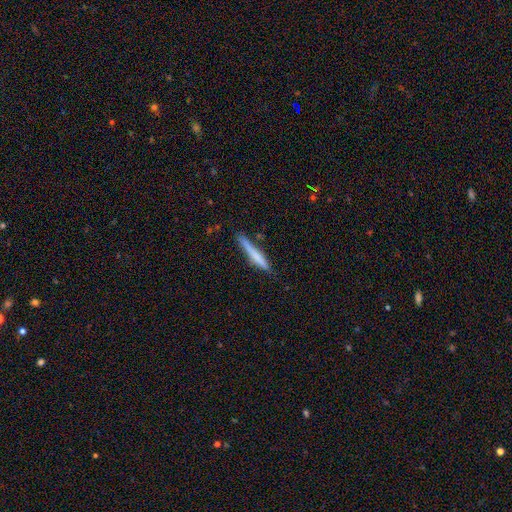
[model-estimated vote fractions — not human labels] Smooth or featured?
  - smooth: 65% *
  - featured or disk: 29%
  - star or artifact: 6%
How rounded?
  - cigar-shaped: 95% *
  - in between: 4%
  - round: 1%
Merging?
  - none: 78% *
  - minor disturbance: 17%
  - major disturbance: 3%
  - merger: 3%